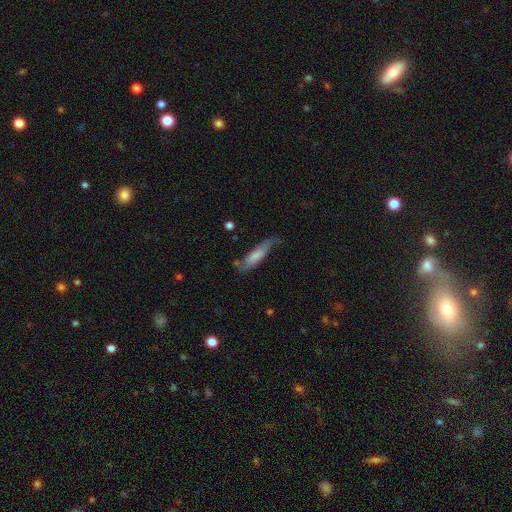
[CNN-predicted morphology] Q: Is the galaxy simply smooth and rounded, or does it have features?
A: smooth — 52%.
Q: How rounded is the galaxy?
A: cigar-shaped — 65%.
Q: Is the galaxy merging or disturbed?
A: none — 49%.